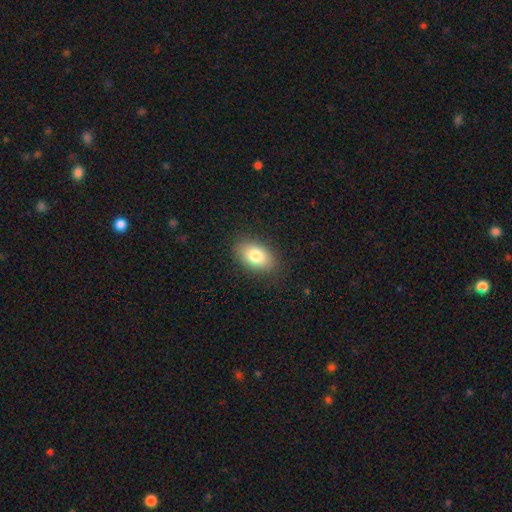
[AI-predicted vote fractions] Morphology: type=smooth (81%); roundness=in between (90%); merging=none (86%).